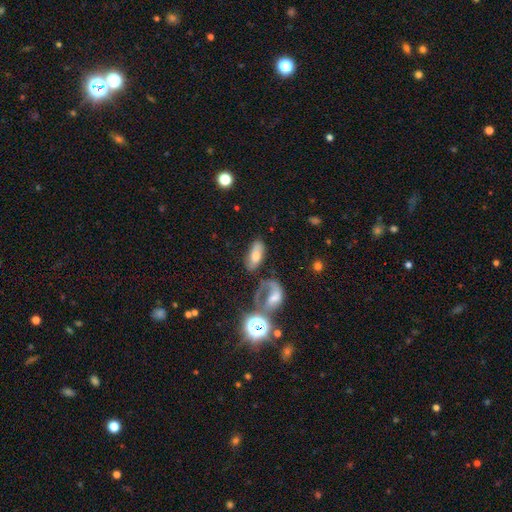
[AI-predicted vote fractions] Smooth or featured?
  - smooth: 59% *
  - featured or disk: 31%
  - star or artifact: 10%
How rounded?
  - in between: 86% *
  - cigar-shaped: 9%
  - round: 5%
Merging?
  - none: 51% *
  - minor disturbance: 18%
  - major disturbance: 17%
  - merger: 15%